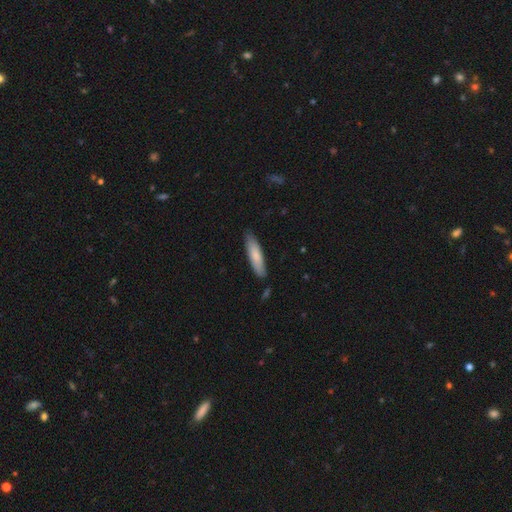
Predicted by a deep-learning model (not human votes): A smooth galaxy with no disk features (78%) that is cigar-shaped (71%). Merging: none (82%).